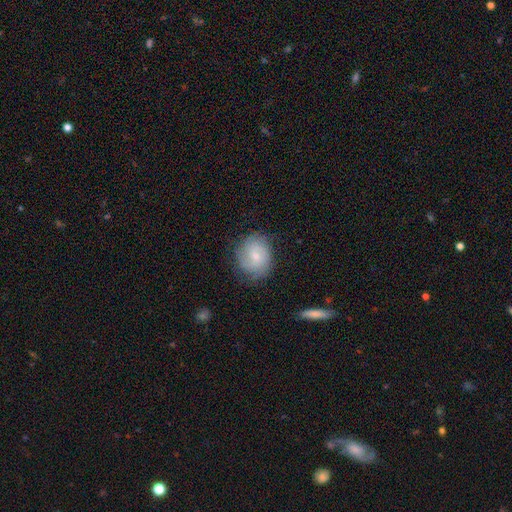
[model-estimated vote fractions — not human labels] This appears to be a featured or disk galaxy (49%). Merging: none (73%).